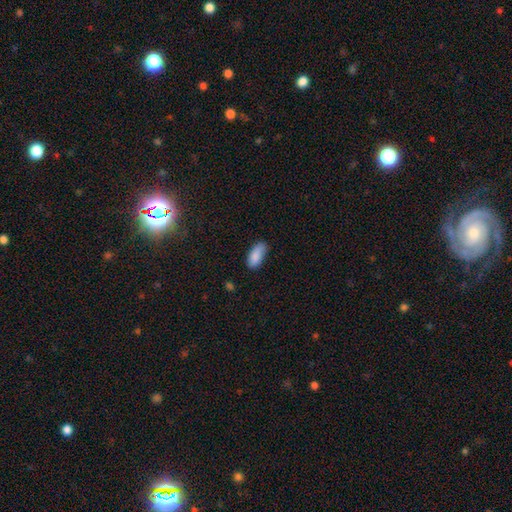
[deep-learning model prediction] Q: Smooth or featured?
A: smooth (87%); runner-up: star or artifact (7%)
Q: How rounded?
A: in between (88%); runner-up: cigar-shaped (10%)
Q: Merging?
A: none (71%); runner-up: minor disturbance (24%)